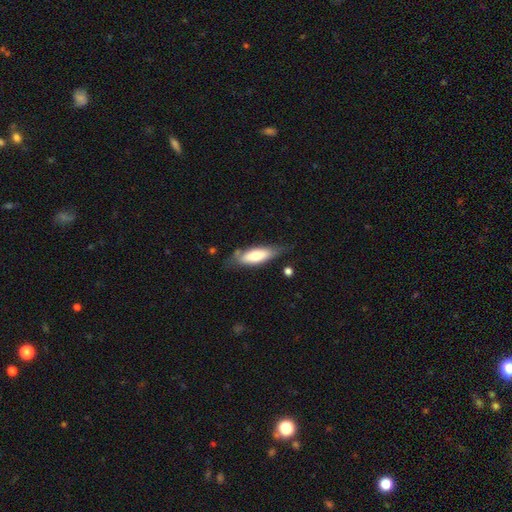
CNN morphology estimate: type=smooth (66%); roundness=in between (61%); merging=none (64%).